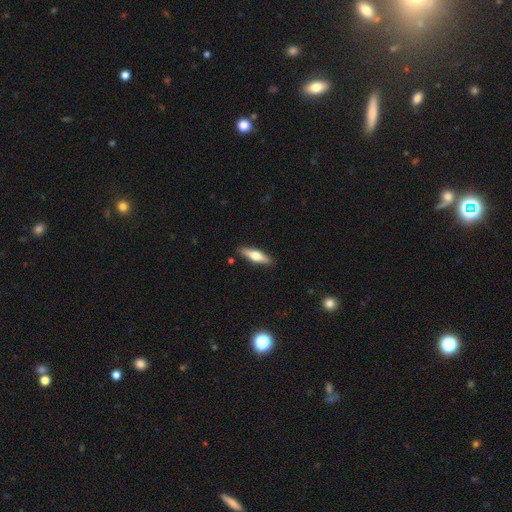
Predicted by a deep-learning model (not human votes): A smooth galaxy with no disk features (48%). Merging: none (88%).